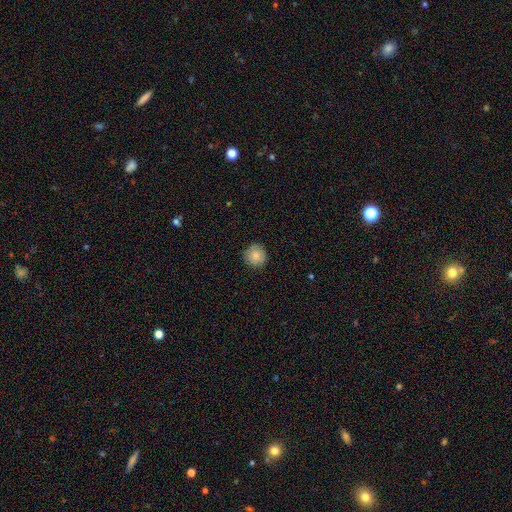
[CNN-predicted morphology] This appears to be a smooth galaxy with no disk features (82%) that is round (93%). Merging: none (87%).